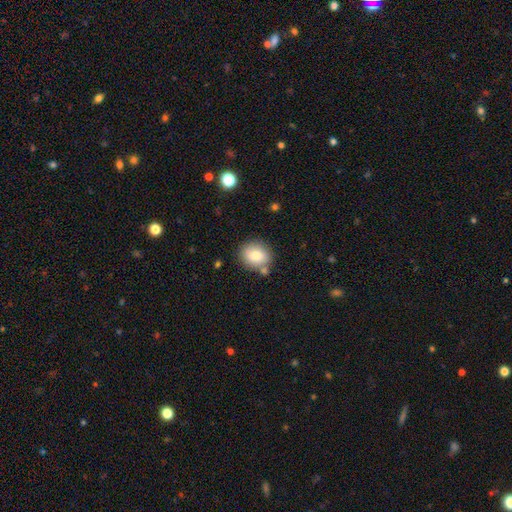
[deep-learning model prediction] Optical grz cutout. It shows a smooth galaxy with no disk features (78%) that is round (70%). Merging: none (74%).